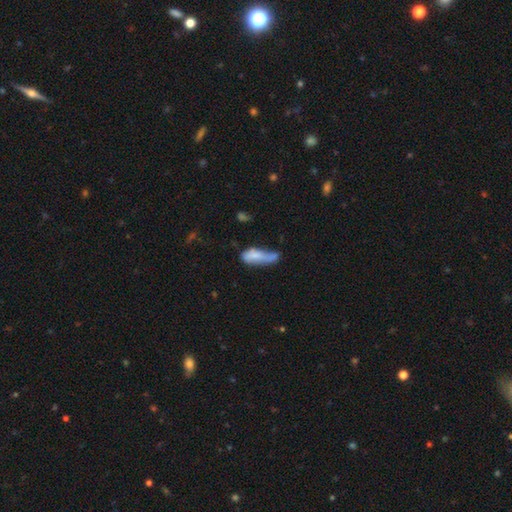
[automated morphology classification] smooth_or_featured: smooth (p=0.67) [alt: featured or disk p=0.24]
how_rounded: in between (p=0.58) [alt: cigar-shaped p=0.39]
merging: minor disturbance (p=0.28) [alt: major disturbance p=0.25]